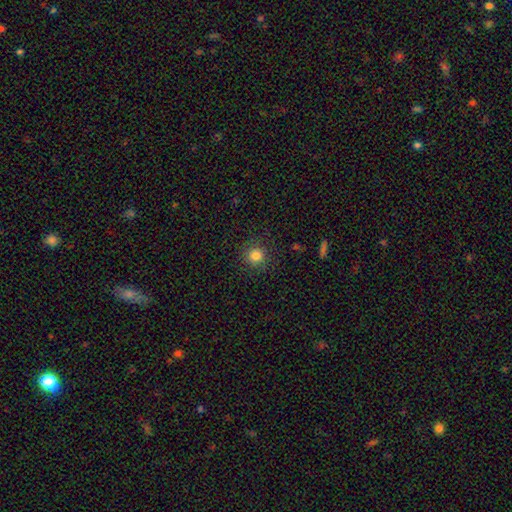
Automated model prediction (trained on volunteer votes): Morphology: type=smooth (82%); roundness=round (93%); merging=none (88%).